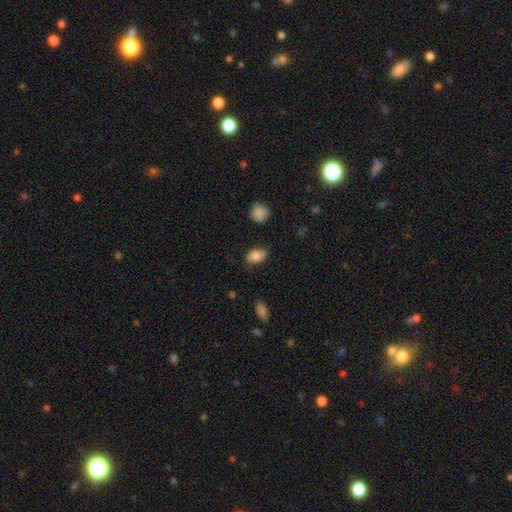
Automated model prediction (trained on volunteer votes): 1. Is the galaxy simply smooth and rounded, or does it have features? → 82% smooth, 10% featured or disk, 8% star or artifact.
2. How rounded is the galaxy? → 86% in between, 13% round, 2% cigar-shaped.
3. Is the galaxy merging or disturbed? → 76% none, 18% minor disturbance, 4% major disturbance, 2% merger.